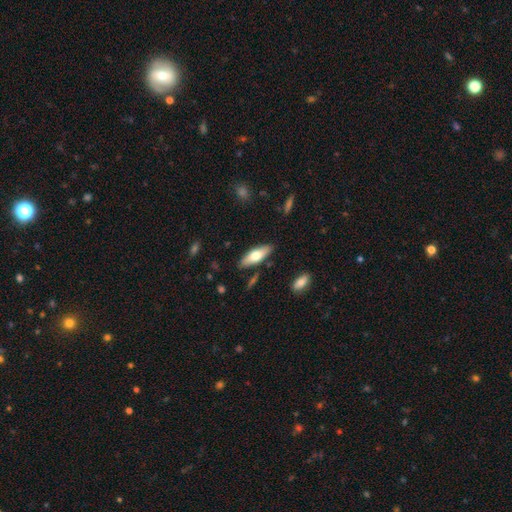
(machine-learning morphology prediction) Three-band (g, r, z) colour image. It shows a smooth galaxy with no disk features (66%) that is in between round and cigar-shaped (64%). Merging: none (84%).